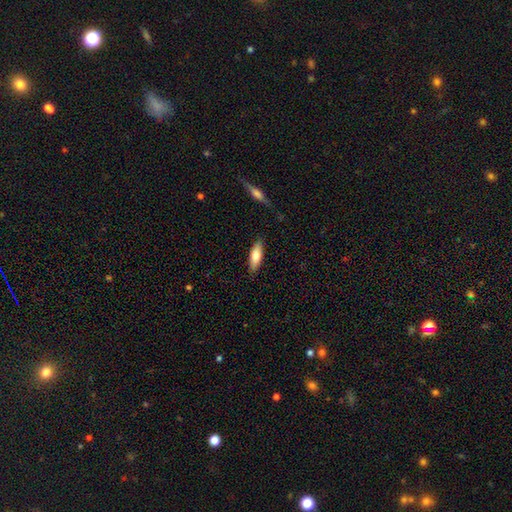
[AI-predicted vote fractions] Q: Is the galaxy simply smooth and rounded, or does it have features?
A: smooth — 70%.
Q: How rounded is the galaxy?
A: in between — 59%.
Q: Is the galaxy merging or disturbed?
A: none — 86%.